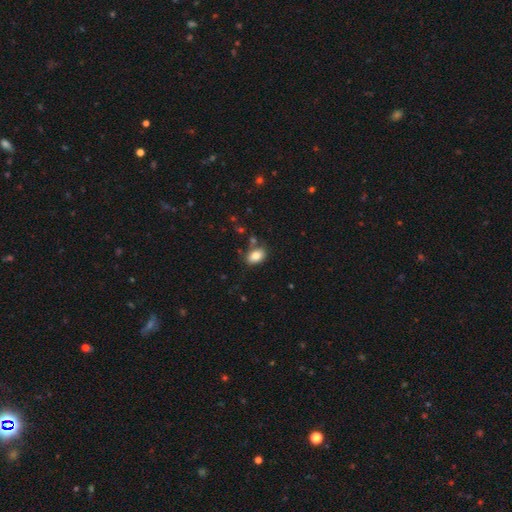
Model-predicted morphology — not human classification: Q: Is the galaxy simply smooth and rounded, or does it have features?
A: smooth — 84%.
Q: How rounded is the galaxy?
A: in between — 85%.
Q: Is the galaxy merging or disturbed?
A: none — 77%.